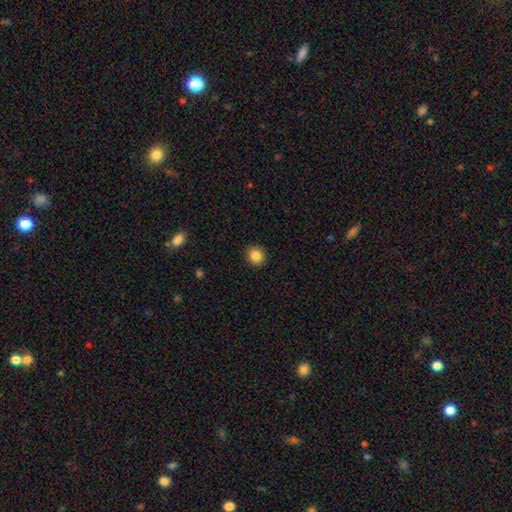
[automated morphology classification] Smooth or featured? Predicted: smooth (p=0.85). How rounded? Predicted: round (p=0.87). Merging? Predicted: none (p=0.92).